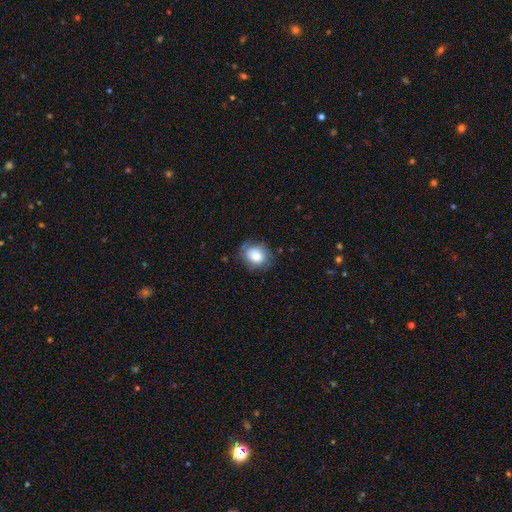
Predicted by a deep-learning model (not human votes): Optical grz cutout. It shows a smooth galaxy with no disk features (78%) that is round (58%). Merging: none (69%).